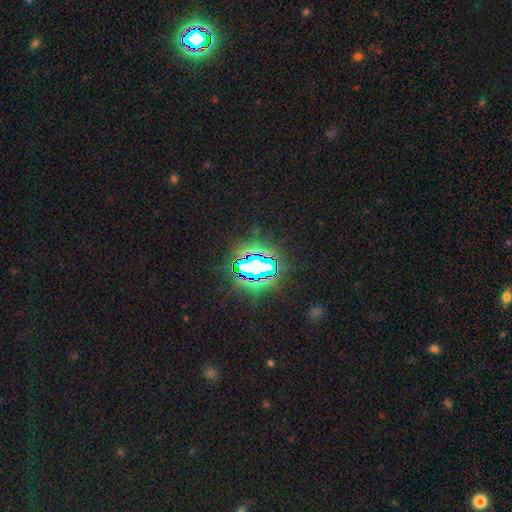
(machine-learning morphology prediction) star or artifact 81%, smooth 12%, featured or disk 7%.